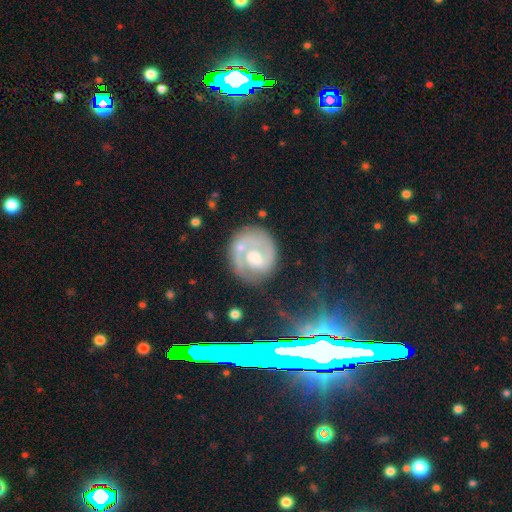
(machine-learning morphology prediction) The model was most divided on "bar": no: 55%, weak: 33%, strong: 12%. More confident: edge-on disk — no (96%); spiral arms — yes (77%); merging — none (67%); smooth or featured — featured or disk (66%); bulge size — moderate (53%).